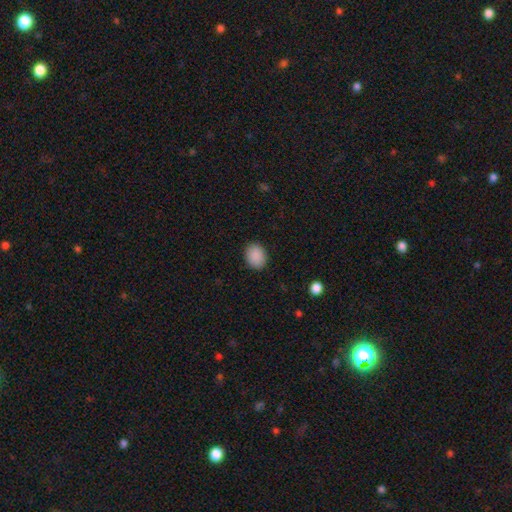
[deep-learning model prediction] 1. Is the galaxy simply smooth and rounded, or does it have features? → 89% smooth, 8% star or artifact, 3% featured or disk.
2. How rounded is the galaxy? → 53% in between, 46% round, 1% cigar-shaped.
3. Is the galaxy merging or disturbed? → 89% none, 8% minor disturbance, 2% major disturbance, 1% merger.